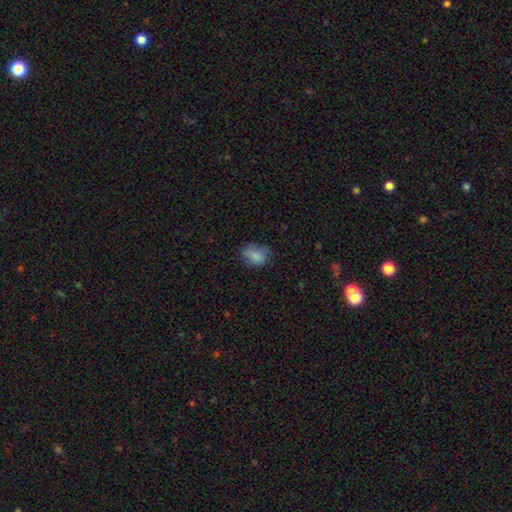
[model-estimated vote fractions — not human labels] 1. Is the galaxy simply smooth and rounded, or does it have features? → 80% smooth, 10% star or artifact, 10% featured or disk.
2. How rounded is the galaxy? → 67% in between, 32% round, 1% cigar-shaped.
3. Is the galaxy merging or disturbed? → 58% none, 29% minor disturbance, 11% major disturbance, 2% merger.